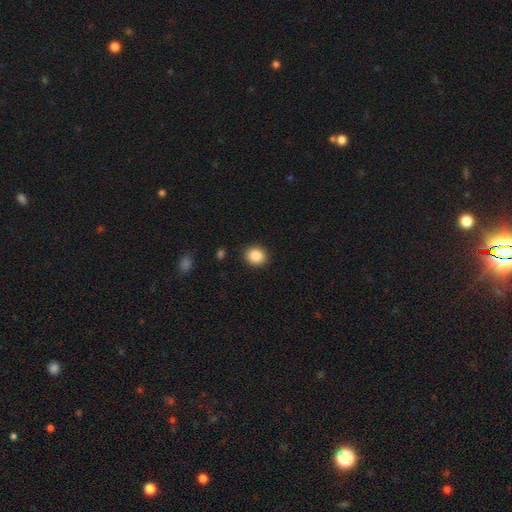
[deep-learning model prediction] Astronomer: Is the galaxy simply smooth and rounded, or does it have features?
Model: smooth — 88%.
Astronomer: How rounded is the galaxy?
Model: round — 77%.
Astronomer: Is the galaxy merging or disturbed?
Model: none — 90%.